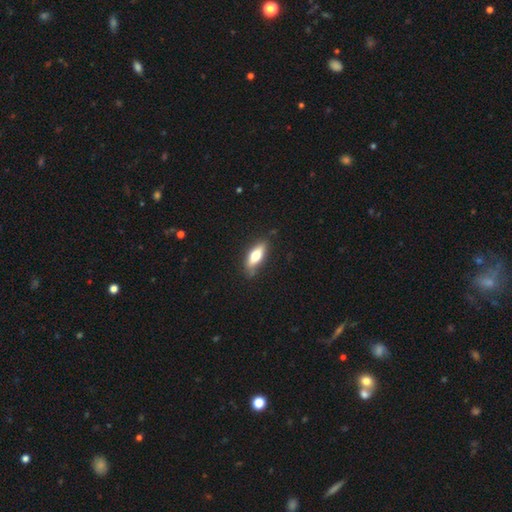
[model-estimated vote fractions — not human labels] Smooth or featured? Predicted: smooth (p=0.63). How rounded? Predicted: in between (p=0.62). Merging? Predicted: none (p=0.77).